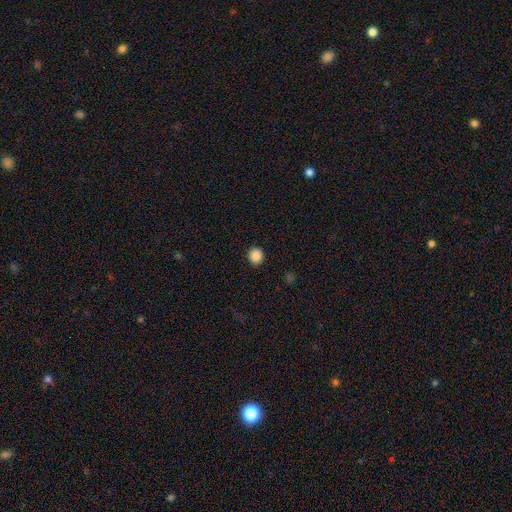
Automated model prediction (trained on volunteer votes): Smooth or featured? smooth (88%)
How rounded? round (86%)
Merging? none (92%)